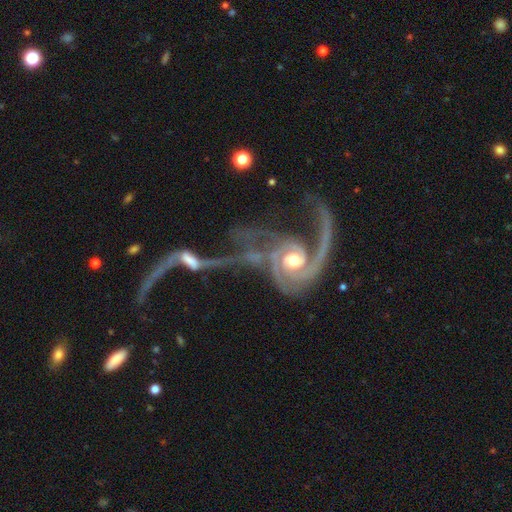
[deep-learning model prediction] Smooth or featured? Predicted: featured or disk (p=0.85). Edge-on disk? Predicted: no (p=0.94). Bar? Predicted: no (p=0.66). Spiral arms? Predicted: yes (p=0.90). Spiral winding? Predicted: loose (p=0.57). Spiral arm count? Predicted: 2 (p=0.54). Bulge size? Predicted: moderate (p=0.65). Merging? Predicted: merger (p=0.60).